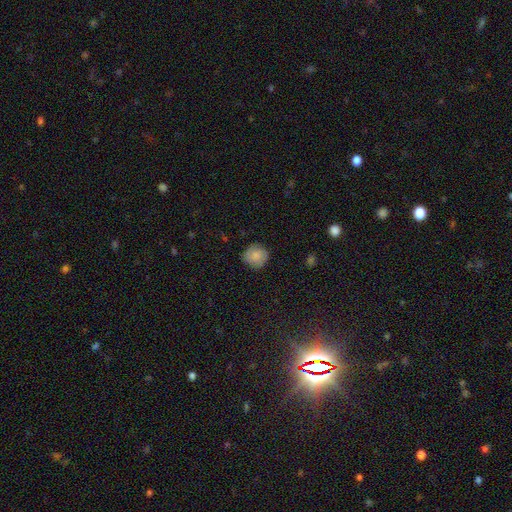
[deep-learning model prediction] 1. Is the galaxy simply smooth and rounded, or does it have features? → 81% smooth, 11% featured or disk, 8% star or artifact.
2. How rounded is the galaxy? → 90% round, 9% in between, 1% cigar-shaped.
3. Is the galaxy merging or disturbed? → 83% none, 13% minor disturbance, 3% major disturbance, 1% merger.